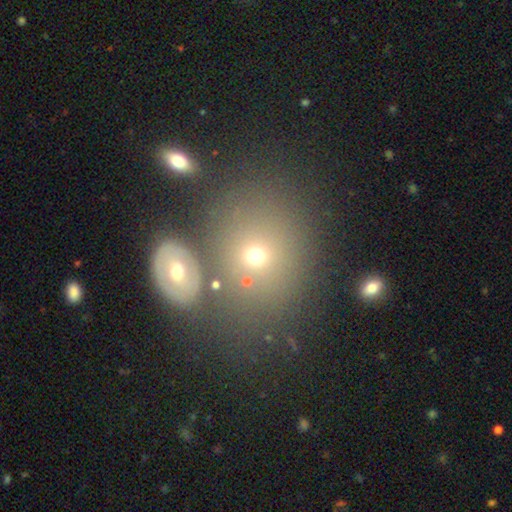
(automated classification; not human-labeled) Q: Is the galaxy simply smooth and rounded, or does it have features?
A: smooth — 66%.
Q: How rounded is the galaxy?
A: round — 59%.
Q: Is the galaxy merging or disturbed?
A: none — 59%.